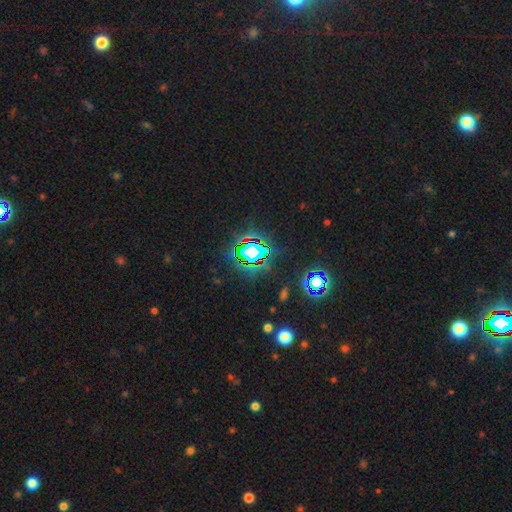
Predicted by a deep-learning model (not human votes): A star or artifact, not a galaxy (77%).